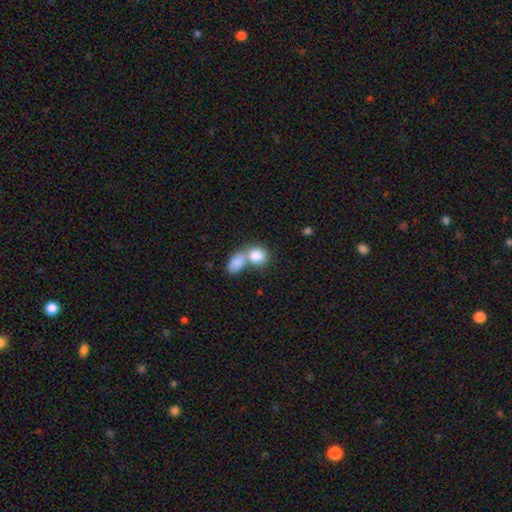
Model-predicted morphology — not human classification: Smooth or featured?
  - smooth: 84% *
  - featured or disk: 9%
  - star or artifact: 7%
How rounded?
  - in between: 62% *
  - round: 37%
  - cigar-shaped: 2%
Merging?
  - merger: 65% *
  - none: 24%
  - minor disturbance: 7%
  - major disturbance: 4%